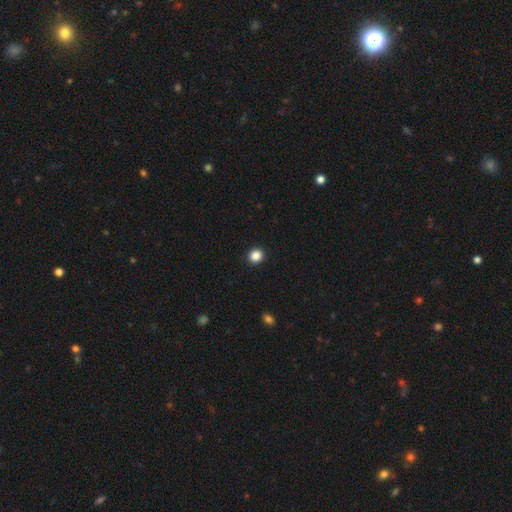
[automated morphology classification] Smooth or featured? smooth (86%)
How rounded? round (88%)
Merging? none (93%)